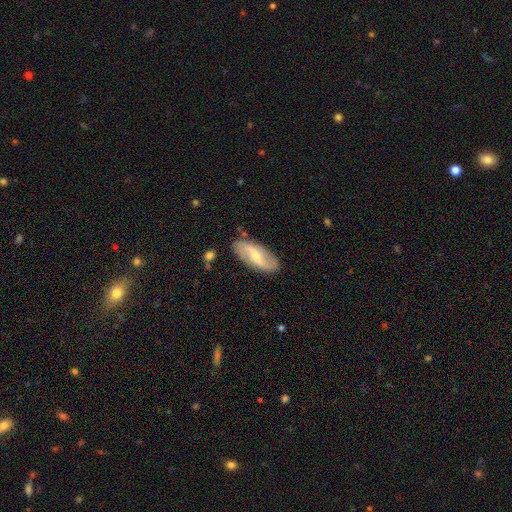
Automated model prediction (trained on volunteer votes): featured or disk 67%, smooth 28%, star or artifact 5%. Down the decision tree: edge-on disk — no (92%); bar — weak (48%); spiral arms — yes (86%); spiral arm count — 2 (89%); spiral winding — loose (68%); bulge size — small (50%); merging — none (84%).